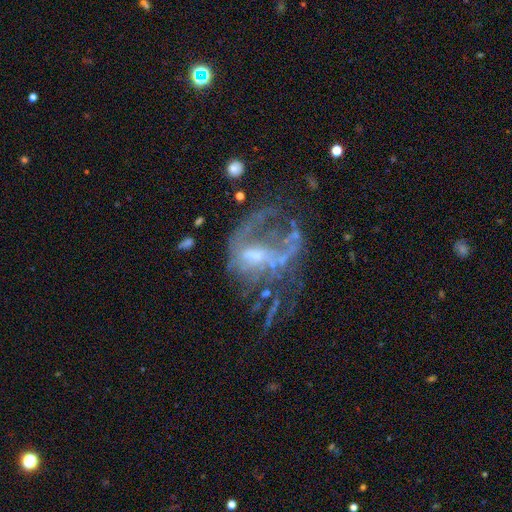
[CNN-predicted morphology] smooth_or_featured: featured or disk (p=0.71) [alt: star or artifact p=0.16]
disk_edge_on: no (p=0.97) [alt: yes p=0.03]
bar: no (p=0.59) [alt: weak p=0.32]
has_spiral_arms: no (p=0.54) [alt: yes p=0.46]
bulge_size: small (p=0.37) [alt: moderate p=0.31]
merging: major disturbance (p=0.46) [alt: none p=0.29]